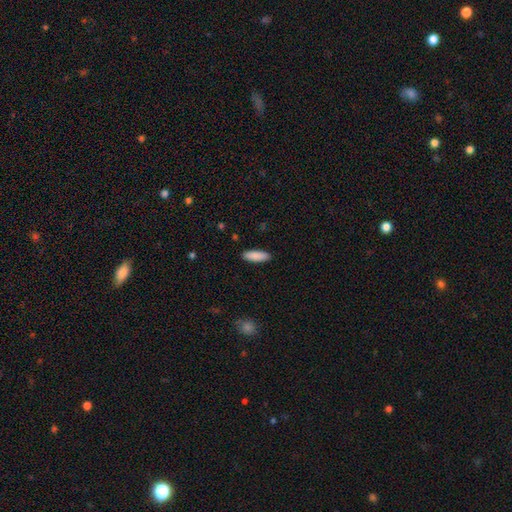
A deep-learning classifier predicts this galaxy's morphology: This appears to be a smooth galaxy with no disk features (89%) that is in between round and cigar-shaped (58%). Merging: none (90%).